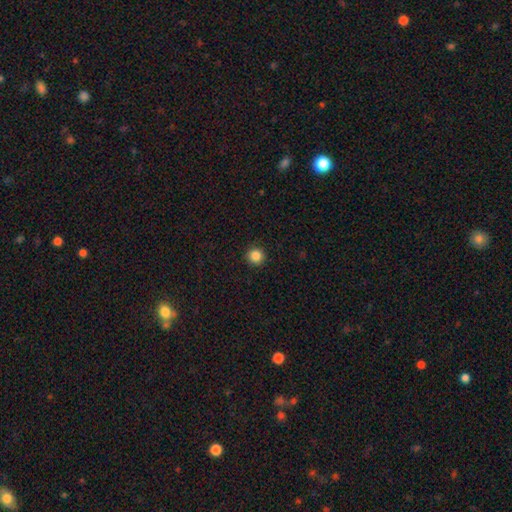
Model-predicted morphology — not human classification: Q: Smooth or featured?
A: smooth (85%); runner-up: star or artifact (11%)
Q: How rounded?
A: round (96%); runner-up: in between (3%)
Q: Merging?
A: none (93%); runner-up: minor disturbance (5%)